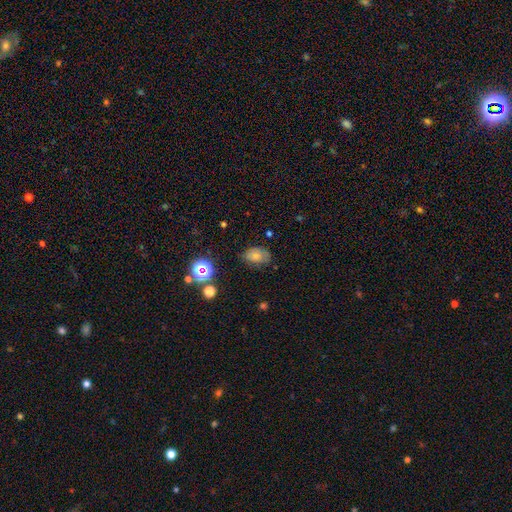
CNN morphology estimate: type=smooth (70%); roundness=in between (80%); merging=none (67%).